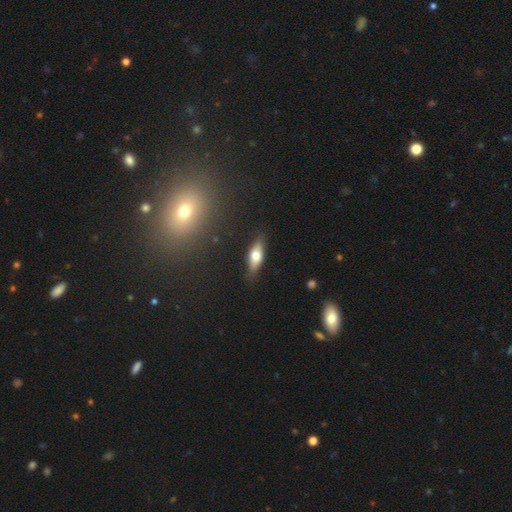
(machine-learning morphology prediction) type=smooth (58%); roundness=in between (60%); merging=none (84%).